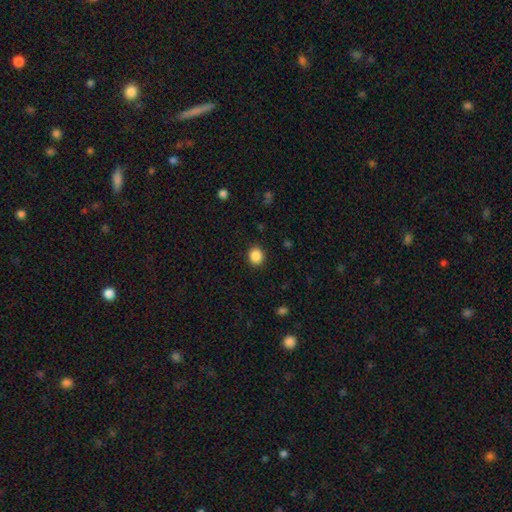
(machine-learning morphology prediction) smooth-or-featured: smooth: 87% | star or artifact: 10% | featured or disk: 3%
  how-rounded: round: 74% | in between: 25% | cigar-shaped: 1%
  merging: none: 90% | minor disturbance: 7% | major disturbance: 2% | merger: 1%